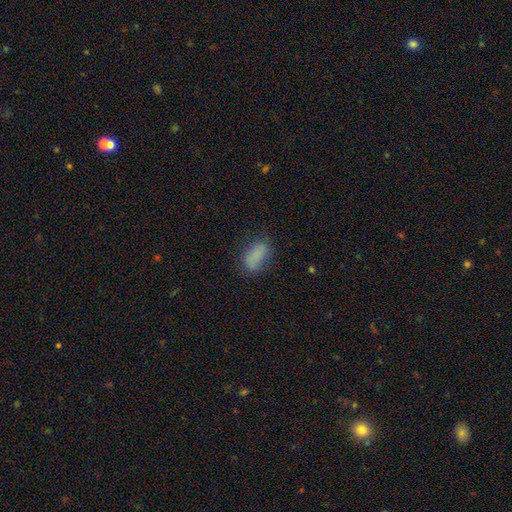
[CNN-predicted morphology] Smooth or featured: smooth — 79% (star or artifact — 10%)
How rounded: in between — 90% (round — 5%)
Merging: none — 64% (minor disturbance — 23%)